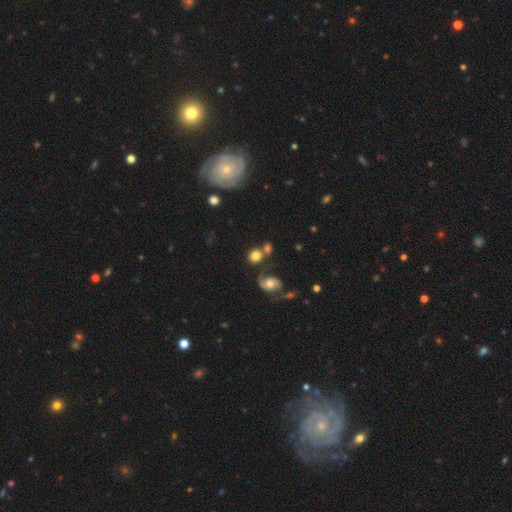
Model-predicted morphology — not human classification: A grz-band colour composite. It shows a smooth galaxy with no disk features (73%) that is round (75%). Merging: none (51%).